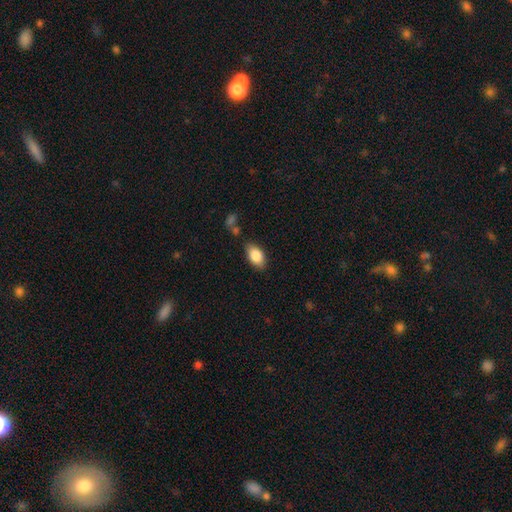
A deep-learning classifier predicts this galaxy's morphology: Smooth or featured?
  - smooth: 85% *
  - featured or disk: 8%
  - star or artifact: 7%
How rounded?
  - in between: 92% *
  - round: 6%
  - cigar-shaped: 2%
Merging?
  - none: 78% *
  - minor disturbance: 15%
  - merger: 4%
  - major disturbance: 4%